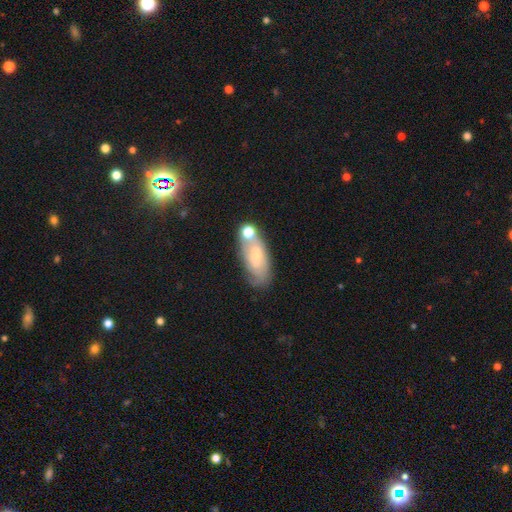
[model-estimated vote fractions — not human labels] featured or disk 52%, smooth 39%, star or artifact 9%. Down the decision tree: edge-on disk — no (89%); merging — none (52%).